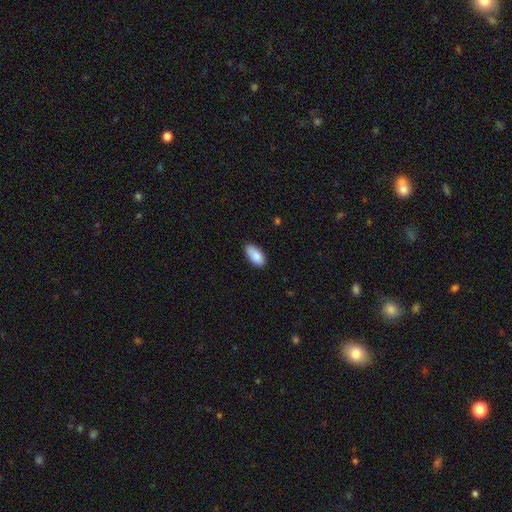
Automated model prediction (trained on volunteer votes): Smooth or featured?
  - smooth: 88% *
  - star or artifact: 7%
  - featured or disk: 5%
How rounded?
  - in between: 93% *
  - cigar-shaped: 5%
  - round: 2%
Merging?
  - none: 80% *
  - minor disturbance: 16%
  - major disturbance: 2%
  - merger: 1%